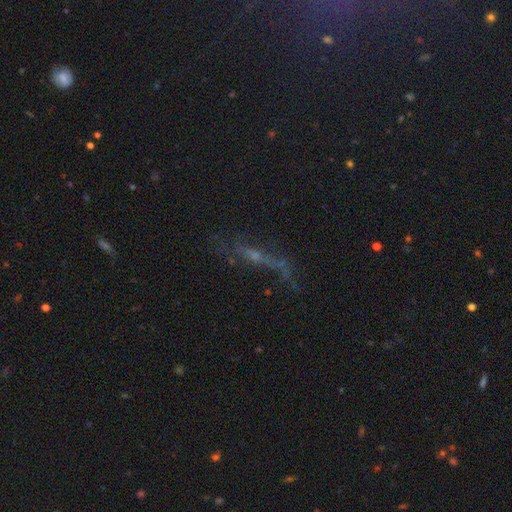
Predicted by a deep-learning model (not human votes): This appears to be a featured or disk galaxy (52%) viewed edge-on (54%). Merging: none (51%).